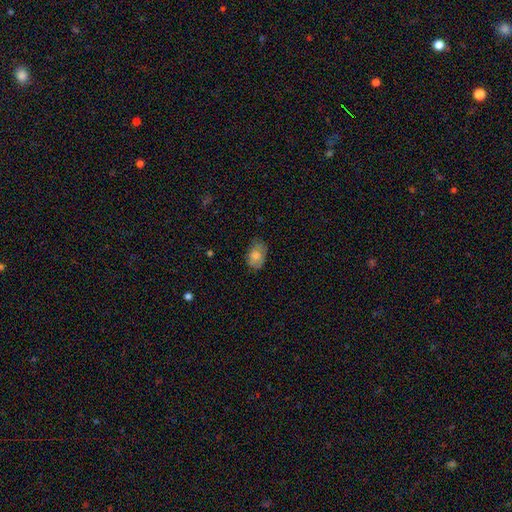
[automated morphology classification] A smooth galaxy with no disk features (74%) that is in between round and cigar-shaped (86%). Merging: none (68%).